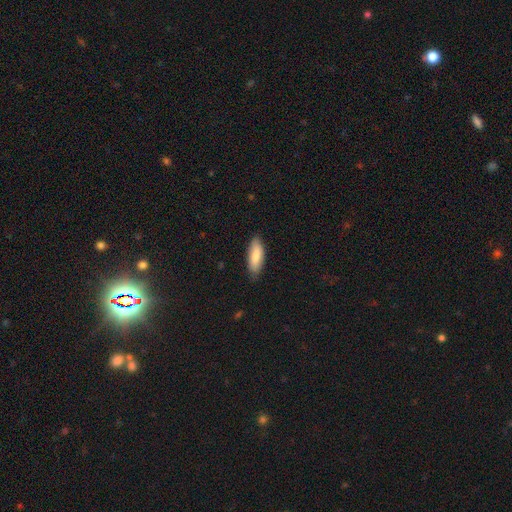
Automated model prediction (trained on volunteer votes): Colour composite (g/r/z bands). It shows a smooth galaxy with no disk features (82%) that is in between round and cigar-shaped (70%). Merging: none (81%).